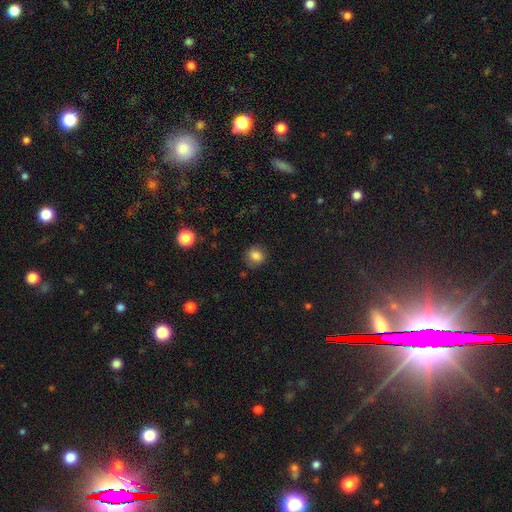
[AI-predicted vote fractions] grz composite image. It shows a smooth galaxy with no disk features (83%) that is round (69%). Merging: none (78%).